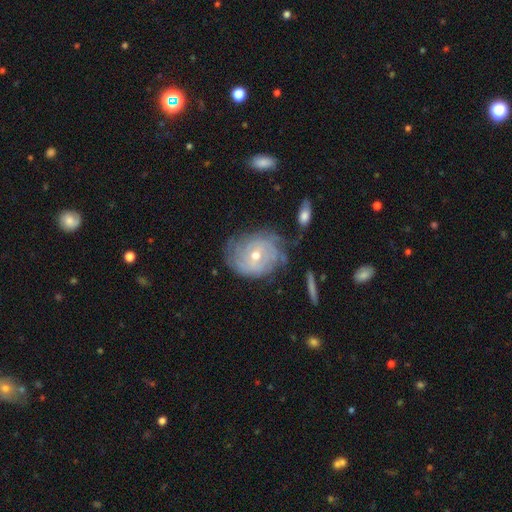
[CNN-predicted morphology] Smooth or featured? Predicted: featured or disk (p=0.80). Edge-on disk? Predicted: no (p=0.96). Bar? Predicted: no (p=0.52). Spiral arms? Predicted: yes (p=0.91). Spiral winding? Predicted: tight (p=0.74). Spiral arm count? Predicted: can't tell (p=0.47). Bulge size? Predicted: moderate (p=0.56). Merging? Predicted: none (p=0.69).